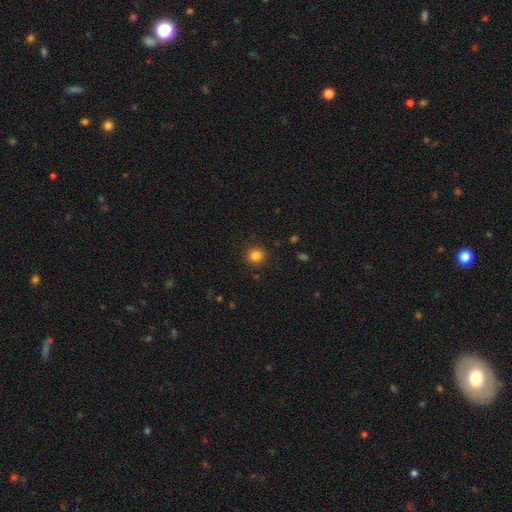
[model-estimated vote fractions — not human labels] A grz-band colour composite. It shows a smooth galaxy with no disk features (83%) that is round (92%). Merging: none (91%).